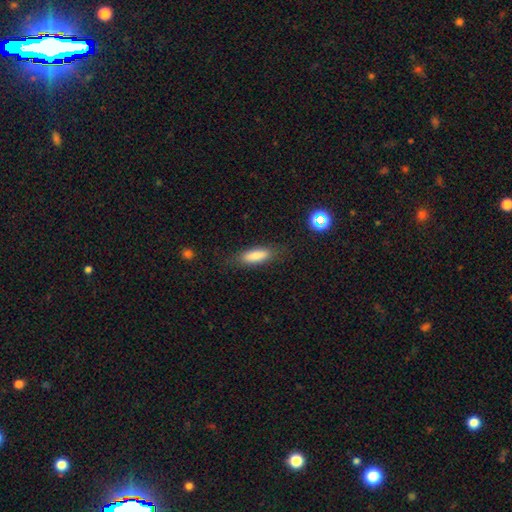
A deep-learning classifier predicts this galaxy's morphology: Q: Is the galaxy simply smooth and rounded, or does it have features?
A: smooth — 84%.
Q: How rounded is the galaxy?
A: in between — 58%.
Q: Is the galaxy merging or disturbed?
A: none — 81%.